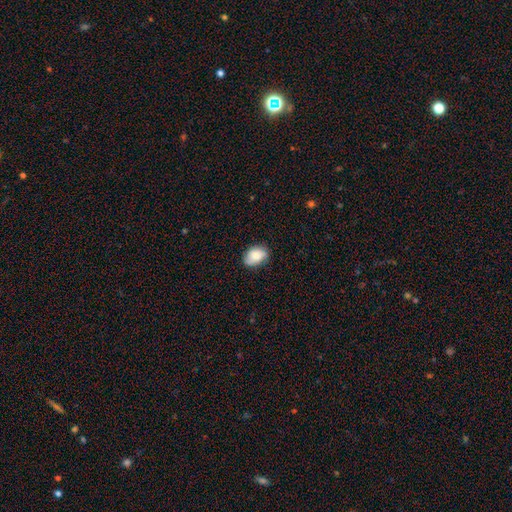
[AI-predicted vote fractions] Q: Smooth or featured?
A: smooth (80%); runner-up: featured or disk (12%)
Q: How rounded?
A: in between (80%); runner-up: round (19%)
Q: Merging?
A: none (74%); runner-up: minor disturbance (21%)